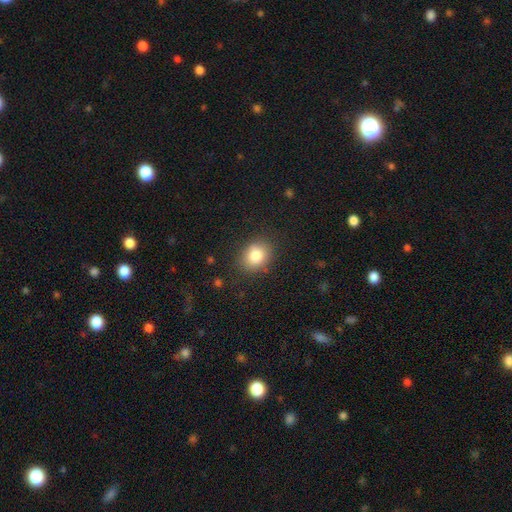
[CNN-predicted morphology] This is clearly a smooth galaxy (81%). How rounded: possibly round (54%). Merging: clearly none (83%).